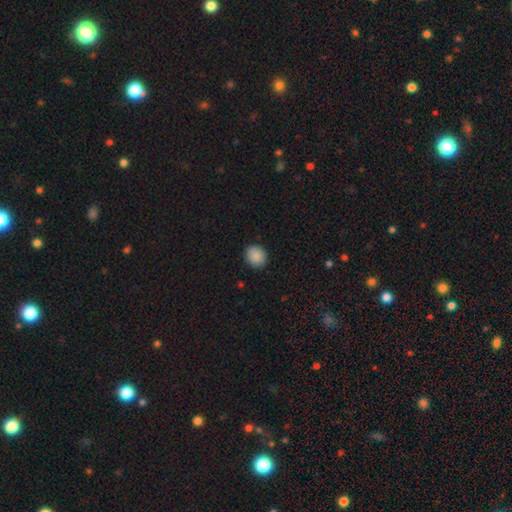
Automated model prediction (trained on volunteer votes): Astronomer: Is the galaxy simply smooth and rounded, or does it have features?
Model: smooth — 89%.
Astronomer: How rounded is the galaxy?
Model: round — 77%.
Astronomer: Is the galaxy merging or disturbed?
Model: none — 90%.